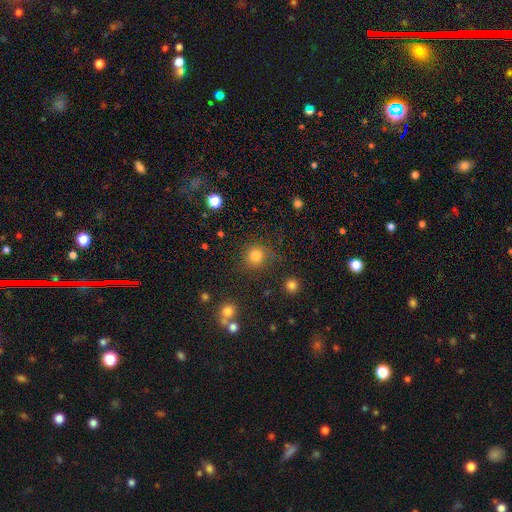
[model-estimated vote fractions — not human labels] Smooth or featured? Predicted: smooth (p=0.80). How rounded? Predicted: round (p=0.92). Merging? Predicted: none (p=0.83).